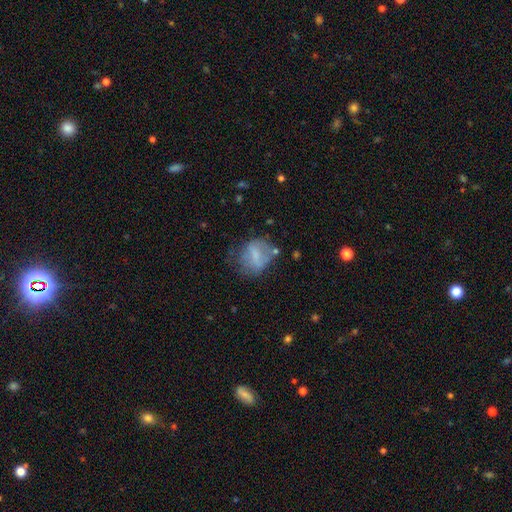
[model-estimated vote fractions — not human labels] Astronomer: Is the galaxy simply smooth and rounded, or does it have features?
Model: smooth — 56% (runner-up: featured or disk, 34%).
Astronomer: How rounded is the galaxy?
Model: round — 51% (runner-up: in between, 47%).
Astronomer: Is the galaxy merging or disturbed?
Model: none — 47% (runner-up: minor disturbance, 28%).